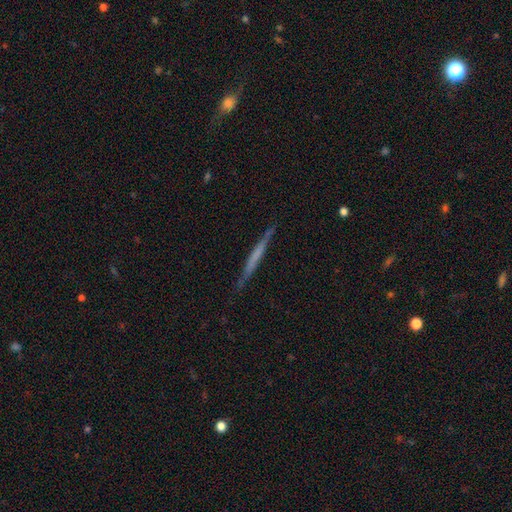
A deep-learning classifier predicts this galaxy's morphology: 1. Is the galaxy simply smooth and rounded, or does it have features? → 54% featured or disk, 40% smooth, 6% star or artifact.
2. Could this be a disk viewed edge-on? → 97% yes, 3% no.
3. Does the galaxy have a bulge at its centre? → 83% none, 8% rounded, 8% boxy.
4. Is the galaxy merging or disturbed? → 87% none, 10% minor disturbance, 2% major disturbance, 1% merger.